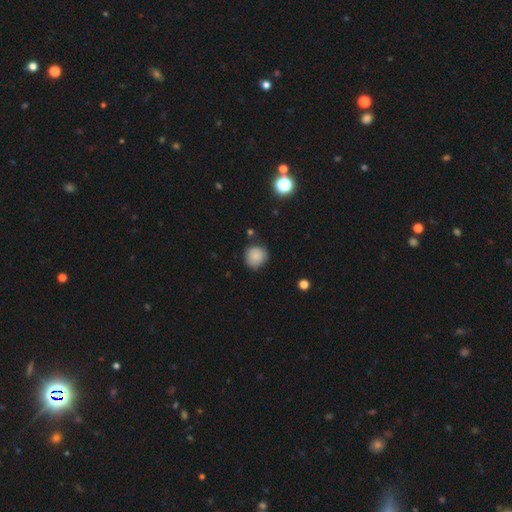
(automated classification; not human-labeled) Q: Smooth or featured?
A: smooth (85%); runner-up: star or artifact (9%)
Q: How rounded?
A: round (91%); runner-up: in between (8%)
Q: Merging?
A: none (78%); runner-up: minor disturbance (17%)